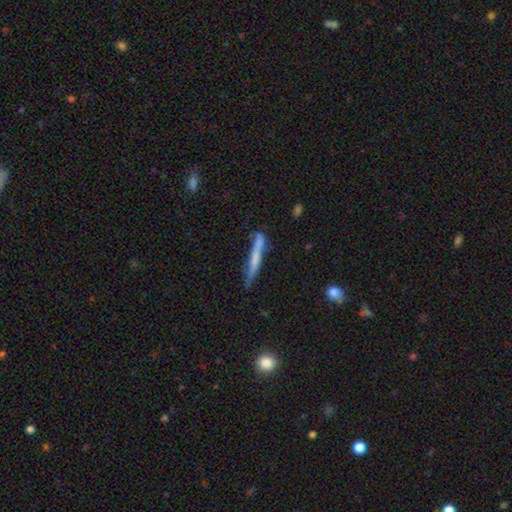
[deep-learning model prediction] Overall: smooth (49%; featured or disk 43%). Merging: none (65%).